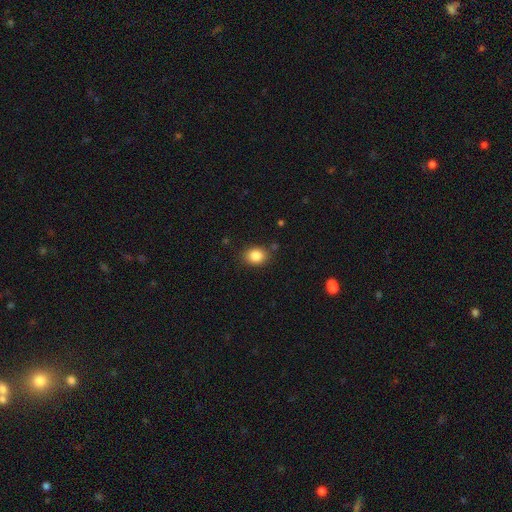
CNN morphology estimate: smooth 85%, star or artifact 9%, featured or disk 5%. Down the decision tree: how rounded — in between (51%); merging — none (83%).